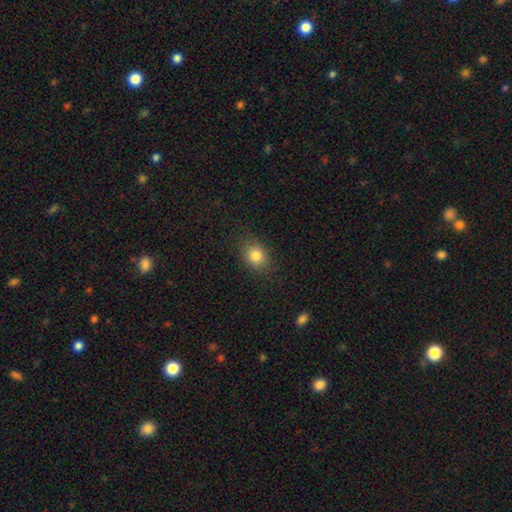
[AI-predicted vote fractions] Smooth or featured?
  - smooth: 82% *
  - star or artifact: 11%
  - featured or disk: 7%
How rounded?
  - round: 51% *
  - in between: 48%
  - cigar-shaped: 1%
Merging?
  - none: 83% *
  - minor disturbance: 12%
  - major disturbance: 4%
  - merger: 1%